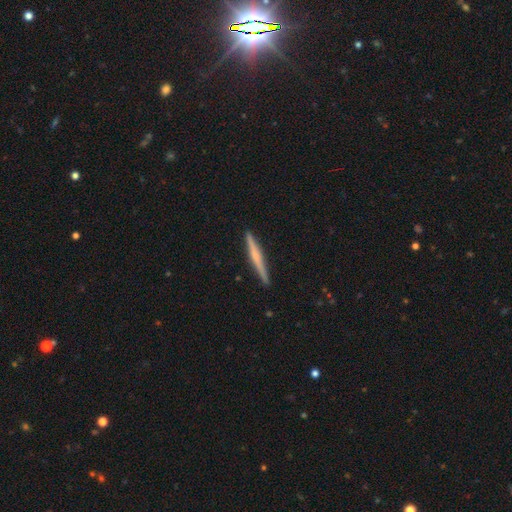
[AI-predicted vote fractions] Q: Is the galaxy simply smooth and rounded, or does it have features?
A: featured or disk — 52%.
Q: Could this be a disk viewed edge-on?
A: yes — 98%.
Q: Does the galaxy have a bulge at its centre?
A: none — 52%.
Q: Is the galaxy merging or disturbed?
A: none — 91%.